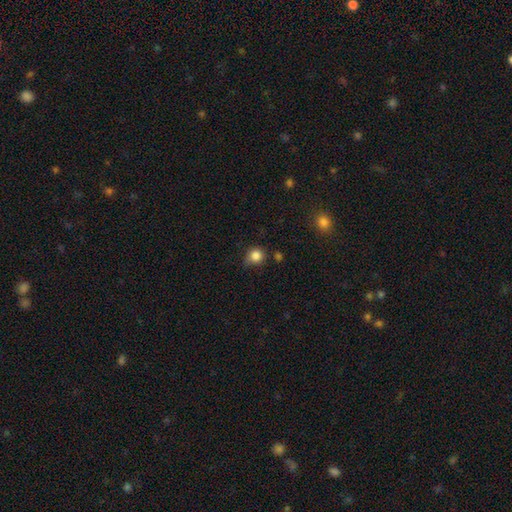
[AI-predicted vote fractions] This appears to be a smooth galaxy with no disk features (84%) that is round (84%). Merging: none (64%).